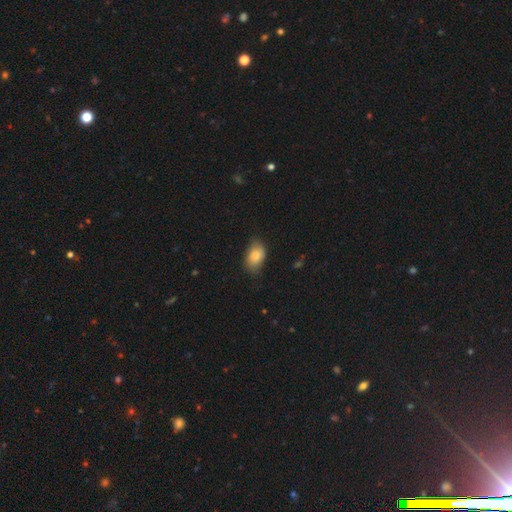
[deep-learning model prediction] Q: Smooth or featured?
A: smooth (85%); runner-up: featured or disk (8%)
Q: How rounded?
A: in between (88%); runner-up: round (10%)
Q: Merging?
A: none (68%); runner-up: minor disturbance (25%)